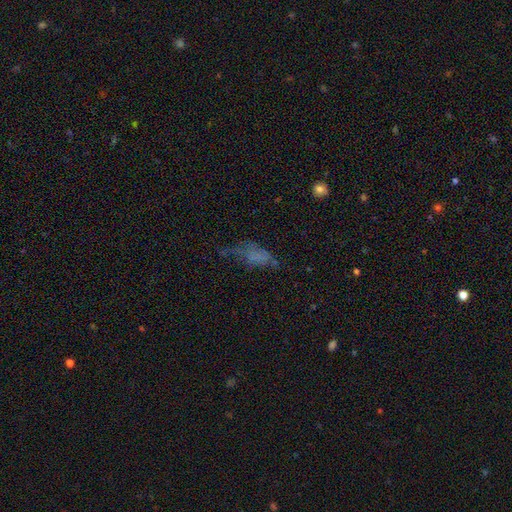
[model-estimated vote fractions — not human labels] Smooth or featured?
  - smooth: 48% *
  - featured or disk: 31%
  - star or artifact: 20%
Merging?
  - major disturbance: 39% *
  - none: 32%
  - minor disturbance: 24%
  - merger: 5%